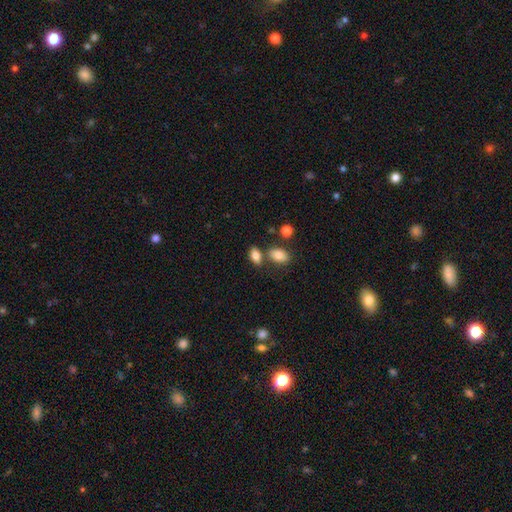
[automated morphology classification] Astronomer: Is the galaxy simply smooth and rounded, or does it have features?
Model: smooth — 82%.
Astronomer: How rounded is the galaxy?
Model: in between — 88%.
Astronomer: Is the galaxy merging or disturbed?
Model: none — 64%.